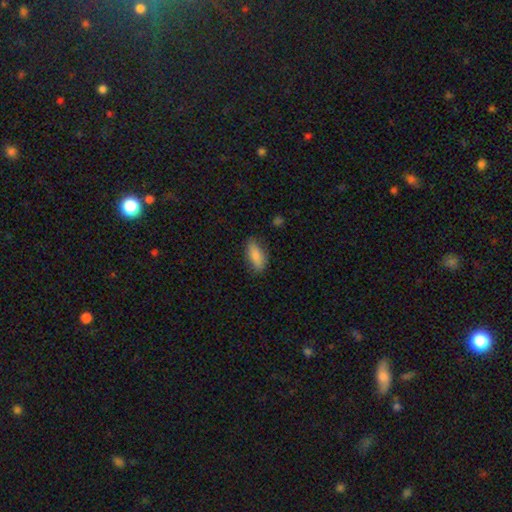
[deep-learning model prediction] smooth-or-featured: smooth: 85% | featured or disk: 9% | star or artifact: 7%
  how-rounded: in between: 83% | cigar-shaped: 14% | round: 3%
  merging: none: 78% | minor disturbance: 17% | major disturbance: 4% | merger: 1%